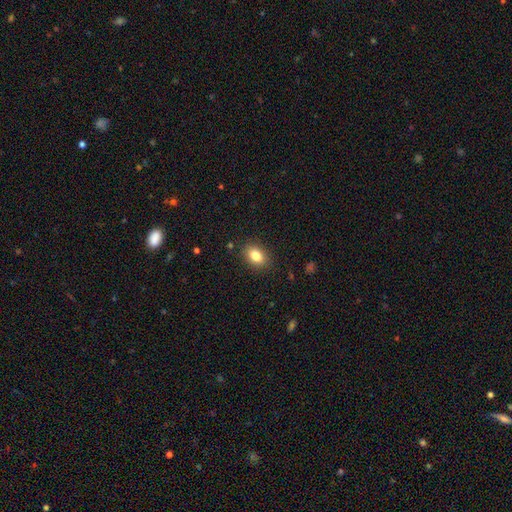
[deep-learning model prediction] Smooth or featured? smooth (83%)
How rounded? in between (77%)
Merging? none (87%)